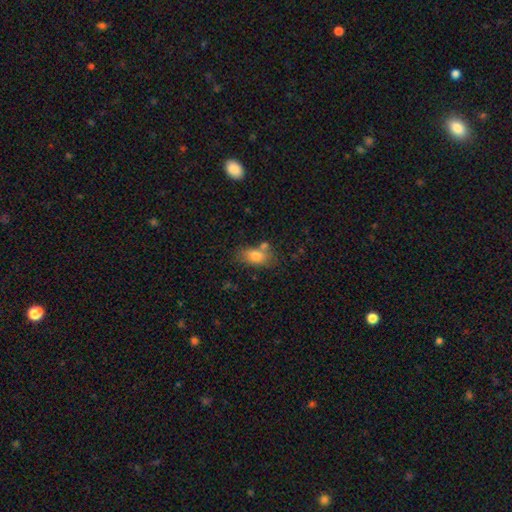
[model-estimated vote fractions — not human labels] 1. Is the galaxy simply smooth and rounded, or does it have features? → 79% smooth, 12% featured or disk, 9% star or artifact.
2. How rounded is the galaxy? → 86% in between, 10% round, 3% cigar-shaped.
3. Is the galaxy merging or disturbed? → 59% none, 18% minor disturbance, 17% merger, 6% major disturbance.